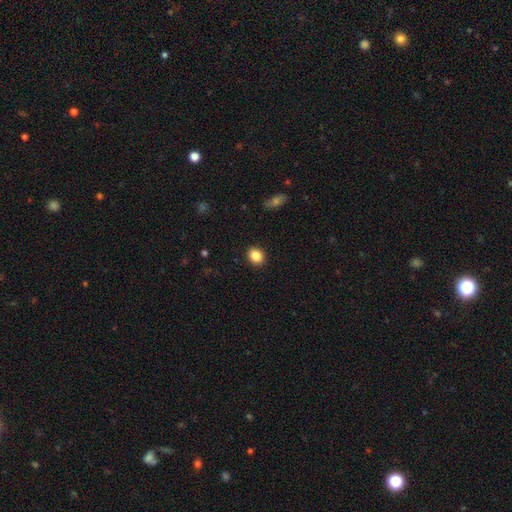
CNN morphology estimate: Smooth or featured?
  - smooth: 86% *
  - star or artifact: 9%
  - featured or disk: 5%
How rounded?
  - round: 65% *
  - in between: 34%
  - cigar-shaped: 1%
Merging?
  - none: 91% *
  - minor disturbance: 6%
  - major disturbance: 2%
  - merger: 1%